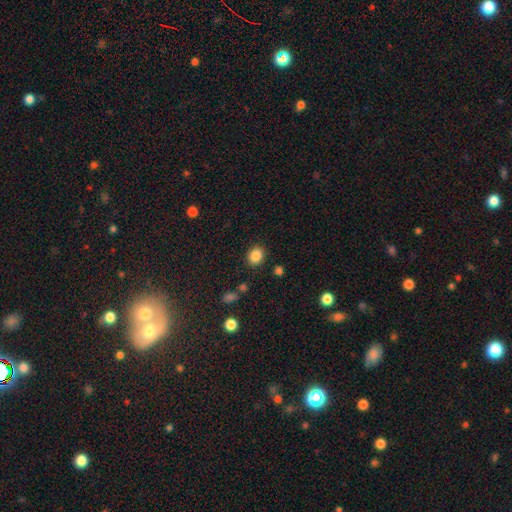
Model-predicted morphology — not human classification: The model was most divided on "how rounded": round: 52%, in between: 47%, cigar-shaped: 1%. More confident: merging — none (86%); smooth or featured — smooth (86%).